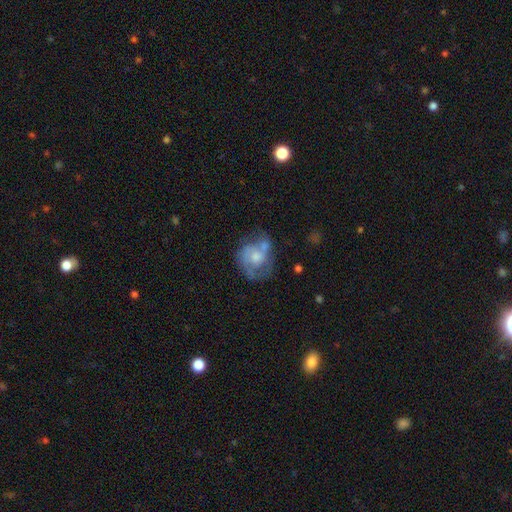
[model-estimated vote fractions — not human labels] Smooth or featured?
  - featured or disk: 59% *
  - smooth: 34%
  - star or artifact: 7%
Edge-on disk?
  - no: 98% *
  - yes: 2%
Bar?
  - no: 78% *
  - weak: 19%
  - strong: 3%
Spiral arms?
  - yes: 69% *
  - no: 31%
Bulge size?
  - moderate: 52% *
  - small: 22%
  - large: 15%
  - none: 9%
  - dominant: 2%
Merging?
  - none: 38% *
  - minor disturbance: 22%
  - merger: 20%
  - major disturbance: 20%